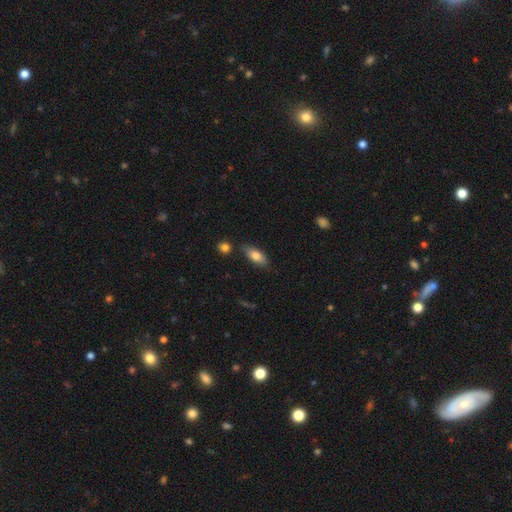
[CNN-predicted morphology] Overall: smooth (78%). How rounded: in between (82%). Merging: none (79%).